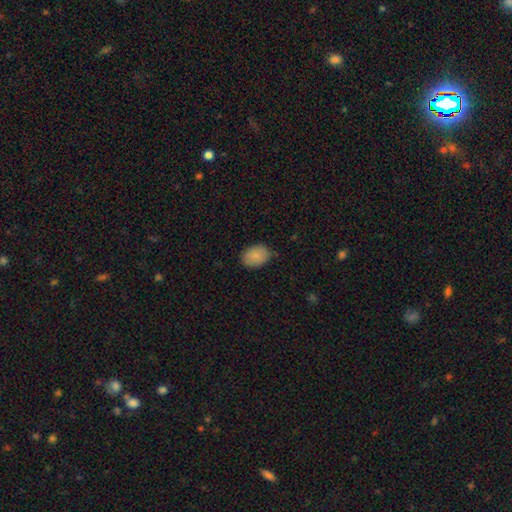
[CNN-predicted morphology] This is clearly a smooth galaxy (88%). How rounded: likely in between (79%). Merging: clearly none (81%).